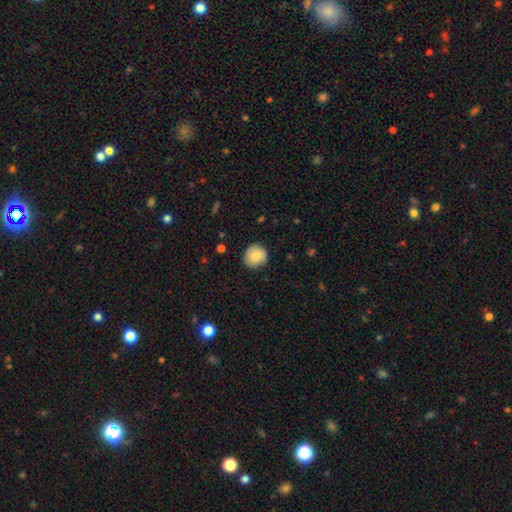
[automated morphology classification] Smooth or featured: smooth — 82% (featured or disk — 11%)
How rounded: round — 88% (in between — 11%)
Merging: none — 84% (minor disturbance — 12%)